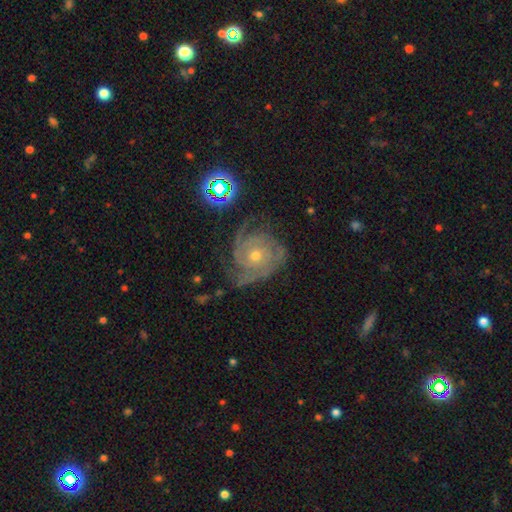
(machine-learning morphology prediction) A featured or disk galaxy (86%) with no bar (81%), 3 (37%) tight (67%) spiral arms (97%) and a small central bulge (50%).

Vote fractions:
- Smooth or featured? featured or disk: 86% / star or artifact: 8% / smooth: 7%
- Edge-on disk? no: 97% / yes: 3%
- Bar? no: 81% / weak: 15% / strong: 4%
- Spiral arms? yes: 97% / no: 3%
- Spiral winding? tight: 67% / medium: 27% / loose: 6%
- Spiral arm count? 3: 37% / can't tell: 19% / 2: 19% / 4: 13% / more than 4: 6% / 1: 6%
- Bulge size? small: 50% / moderate: 47% / large: 1% / none: 1% / dominant: 1%
- Merging? none: 63% / minor disturbance: 23% / major disturbance: 12% / merger: 2%